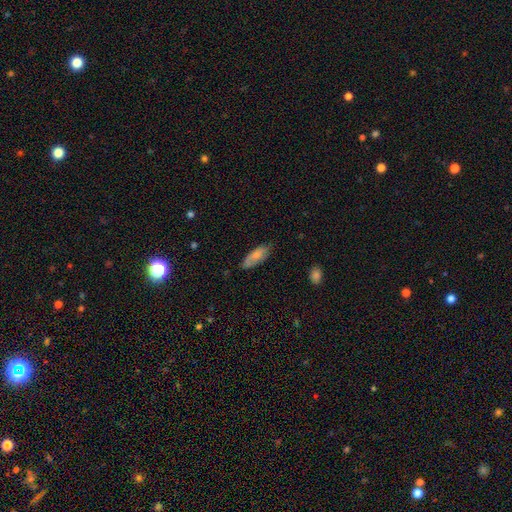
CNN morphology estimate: smooth 75%, featured or disk 18%, star or artifact 6%. Down the decision tree: how rounded — in between (77%); merging — none (70%).